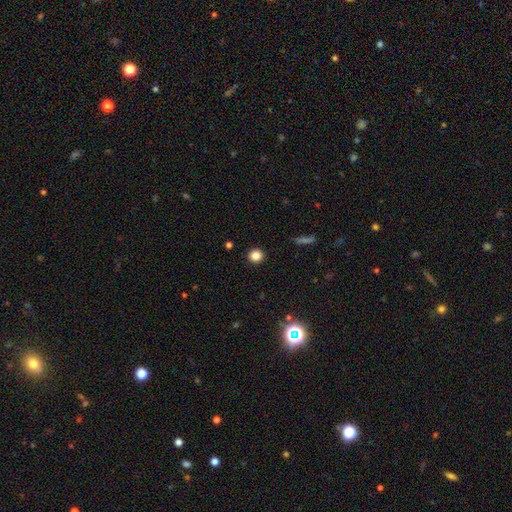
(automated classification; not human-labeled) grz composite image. It shows a smooth galaxy with no disk features (83%) that is round (91%). Merging: none (92%).